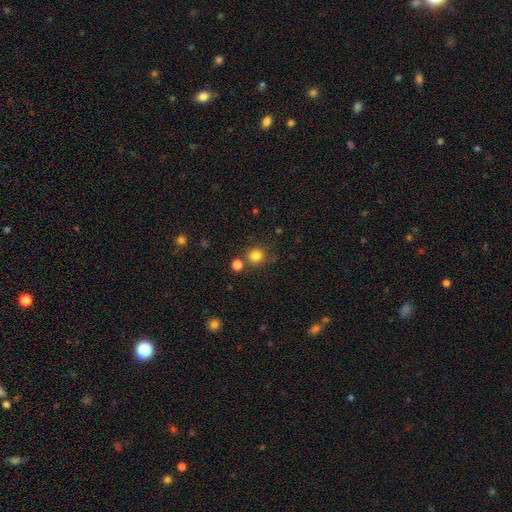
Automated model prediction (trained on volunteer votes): Overall: smooth (82%). How rounded: round (90%). Merging: none (77%).